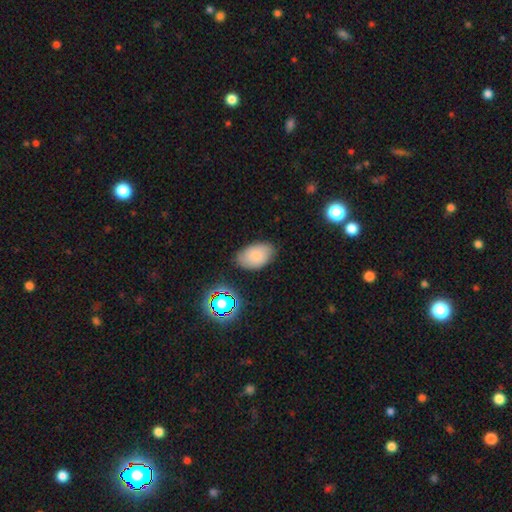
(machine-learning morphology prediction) A smooth galaxy with no disk features (80%) that is in between round and cigar-shaped (92%).

Vote fractions:
- Smooth or featured? smooth: 80% / star or artifact: 10% / featured or disk: 10%
- How rounded? in between: 92% / round: 7% / cigar-shaped: 1%
- Merging? none: 80% / minor disturbance: 15% / major disturbance: 3% / merger: 2%